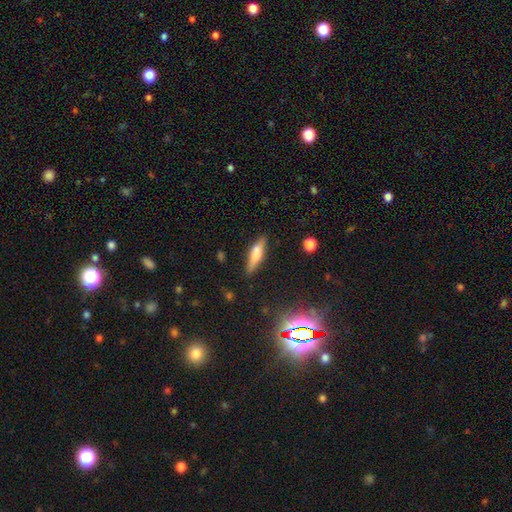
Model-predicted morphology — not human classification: Q: Smooth or featured?
A: smooth (65%); runner-up: featured or disk (27%)
Q: How rounded?
A: cigar-shaped (69%); runner-up: in between (29%)
Q: Merging?
A: none (83%); runner-up: minor disturbance (12%)